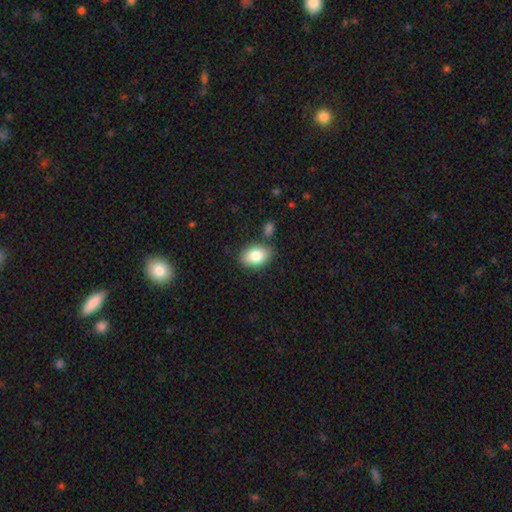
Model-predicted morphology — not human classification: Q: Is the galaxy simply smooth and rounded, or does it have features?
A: smooth — 83%.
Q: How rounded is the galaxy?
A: in between — 86%.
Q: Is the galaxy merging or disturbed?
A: none — 78%.